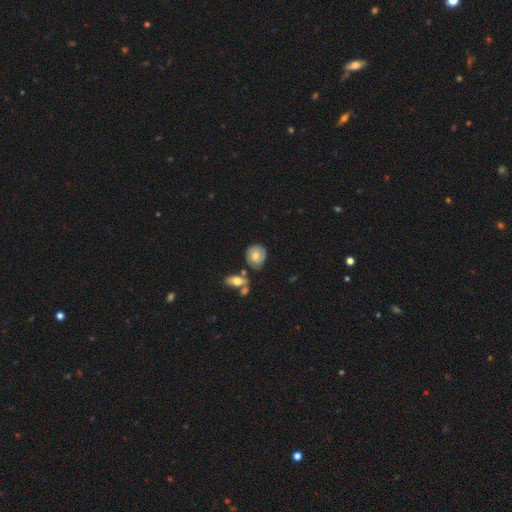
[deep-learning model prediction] This appears to be a smooth galaxy with no disk features (59%) that is round (72%). Merging: none (68%).